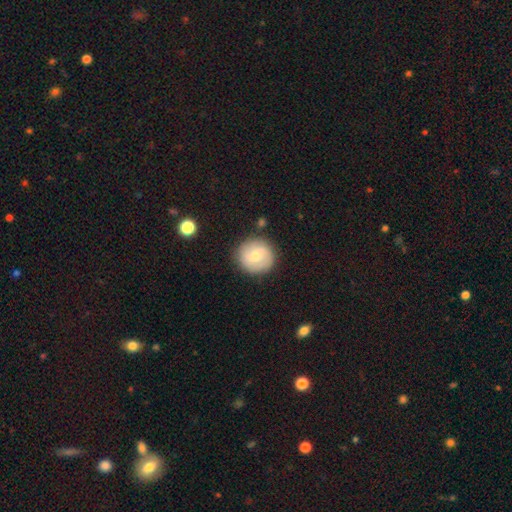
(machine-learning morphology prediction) type=smooth (49%); merging=none (84%).